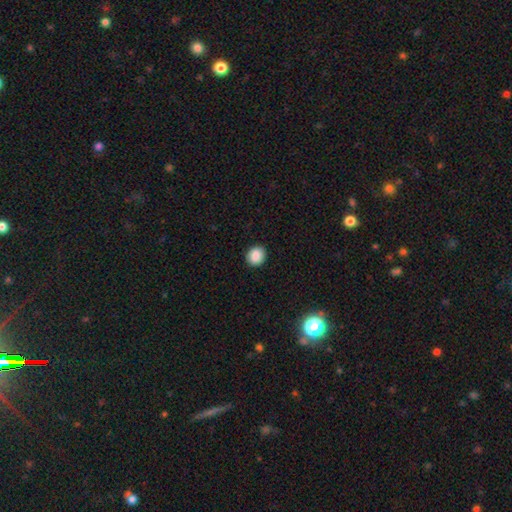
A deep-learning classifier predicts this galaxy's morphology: This is clearly a smooth galaxy (88%). How rounded: likely round (79%). Merging: clearly none (91%).